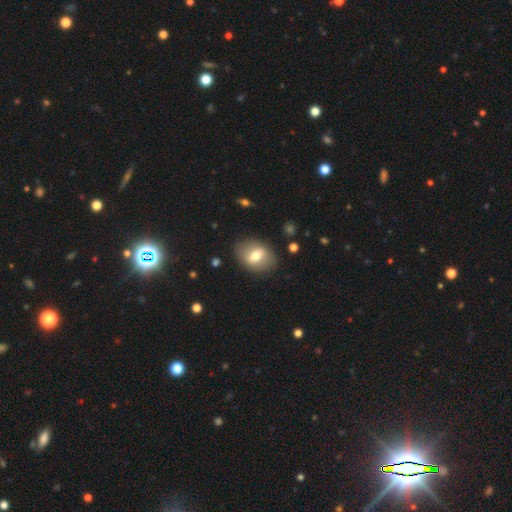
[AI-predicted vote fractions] smooth_or_featured: smooth (p=0.53) [alt: featured or disk p=0.40]
how_rounded: in between (p=0.67) [alt: round p=0.31]
merging: none (p=0.84) [alt: minor disturbance p=0.10]